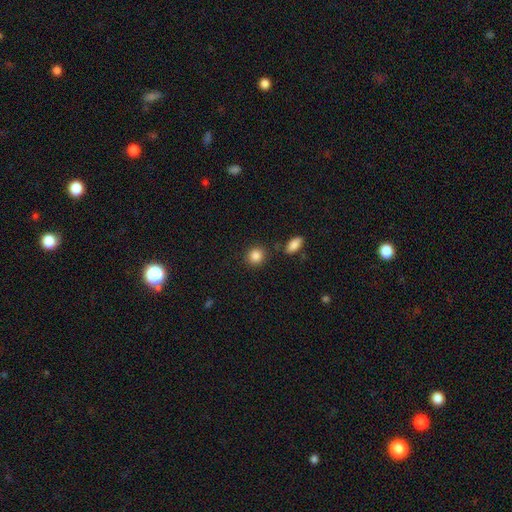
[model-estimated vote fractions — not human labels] A smooth galaxy with no disk features (87%) that is round (82%).

Vote fractions:
- Smooth or featured? smooth: 87% / star or artifact: 9% / featured or disk: 4%
- How rounded? round: 82% / in between: 17% / cigar-shaped: 1%
- Merging? none: 85% / minor disturbance: 8% / merger: 4% / major disturbance: 3%